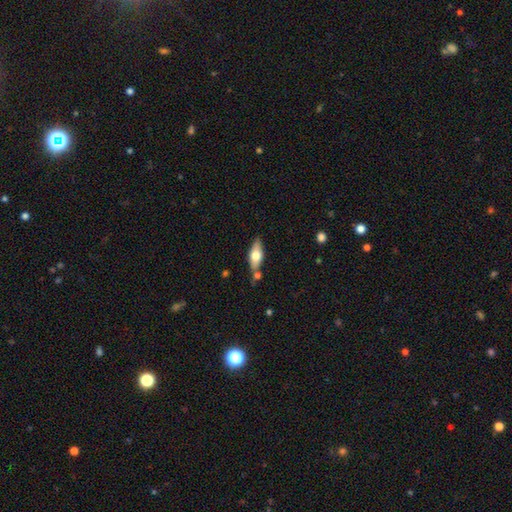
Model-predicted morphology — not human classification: This is possibly a smooth galaxy (55%). How rounded: likely in between (70%). Merging: likely none (69%).